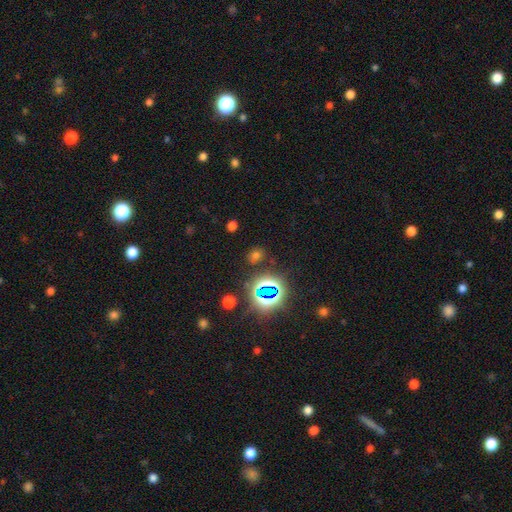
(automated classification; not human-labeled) Smooth or featured: smooth — 51% (star or artifact — 42%)
How rounded: in between — 52% (round — 46%)
Merging: none — 79% (minor disturbance — 12%)